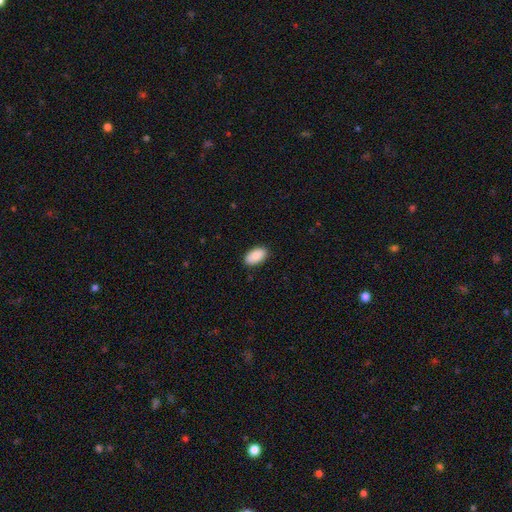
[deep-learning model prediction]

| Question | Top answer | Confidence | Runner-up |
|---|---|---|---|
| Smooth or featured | smooth | 89% | star or artifact (6%) |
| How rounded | in between | 95% | round (3%) |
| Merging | none | 88% | minor disturbance (9%) |